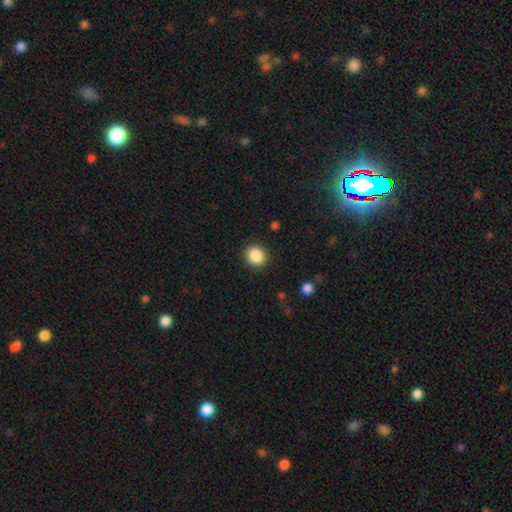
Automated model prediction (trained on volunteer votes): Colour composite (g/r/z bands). It shows a smooth galaxy with no disk features (87%) that is round (86%). Merging: none (90%).